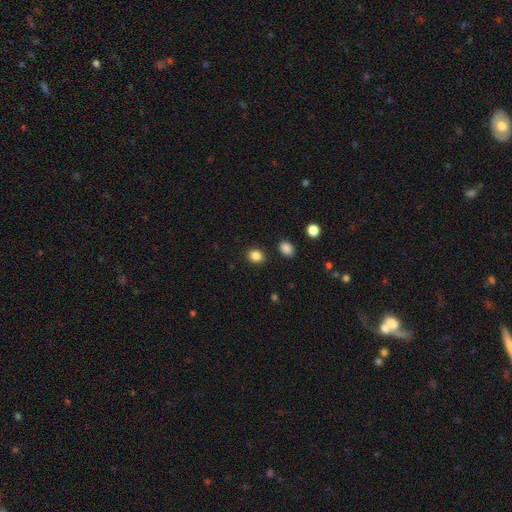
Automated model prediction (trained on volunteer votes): smooth 86%, star or artifact 11%, featured or disk 4%. Down the decision tree: how rounded — round (69%); merging — none (88%).